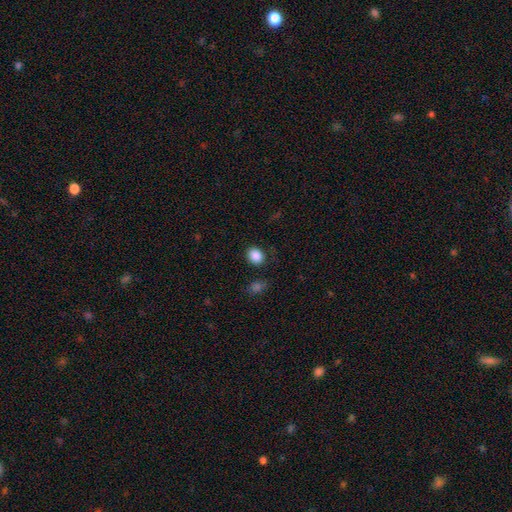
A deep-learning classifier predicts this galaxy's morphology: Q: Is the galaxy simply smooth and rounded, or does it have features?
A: smooth — 87%.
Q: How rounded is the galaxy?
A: round — 55%.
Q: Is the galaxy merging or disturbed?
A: none — 83%.